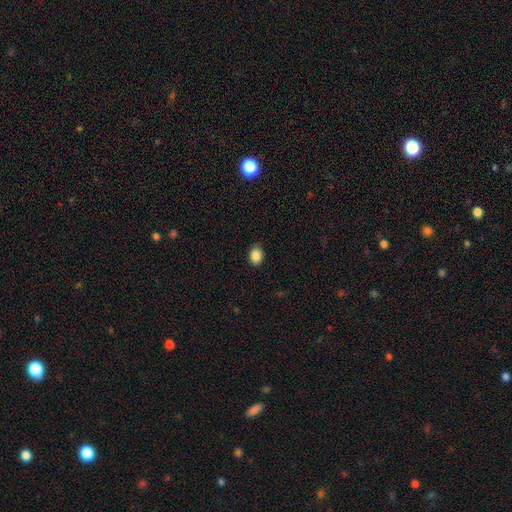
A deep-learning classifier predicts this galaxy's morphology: Smooth or featured?
  - smooth: 88% *
  - star or artifact: 9%
  - featured or disk: 4%
How rounded?
  - in between: 64% *
  - round: 35%
  - cigar-shaped: 1%
Merging?
  - none: 87% *
  - minor disturbance: 10%
  - major disturbance: 2%
  - merger: 1%